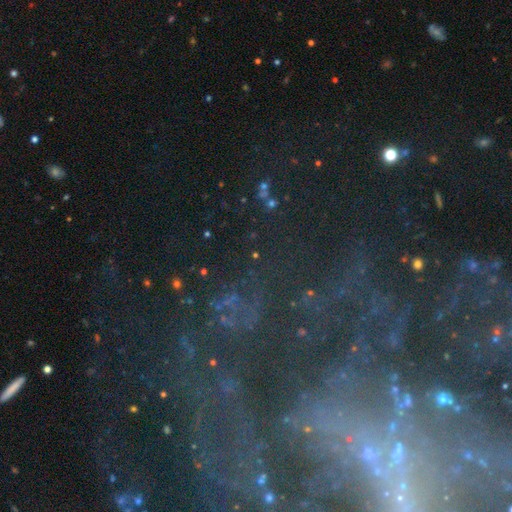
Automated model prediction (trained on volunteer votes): The model was most divided on "smooth or featured": star or artifact: 65%, smooth: 19%, featured or disk: 17%.